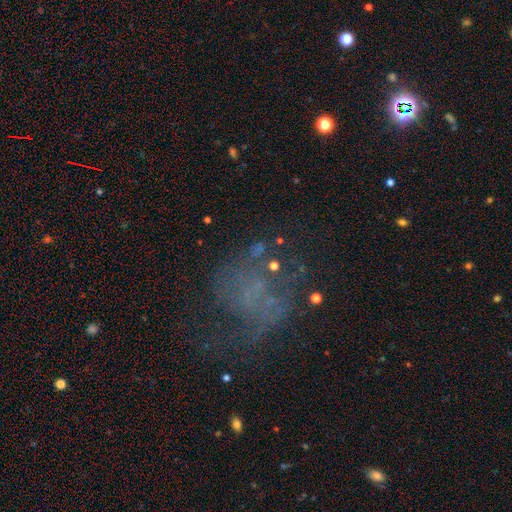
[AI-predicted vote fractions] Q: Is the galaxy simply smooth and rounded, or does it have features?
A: featured or disk — 46%.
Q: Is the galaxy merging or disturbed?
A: none — 46%.